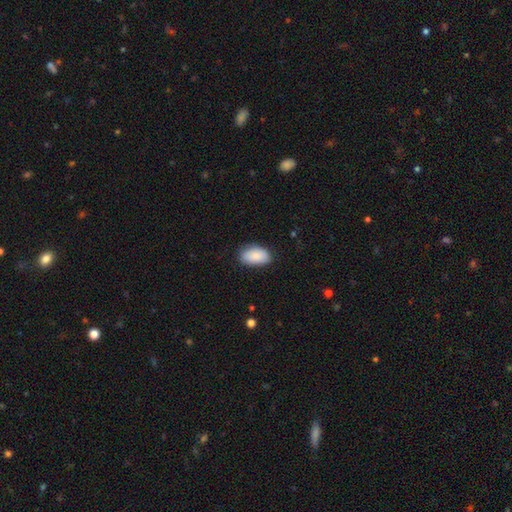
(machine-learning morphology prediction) smooth 88%, star or artifact 6%, featured or disk 6%. Down the decision tree: how rounded — in between (94%); merging — none (80%).